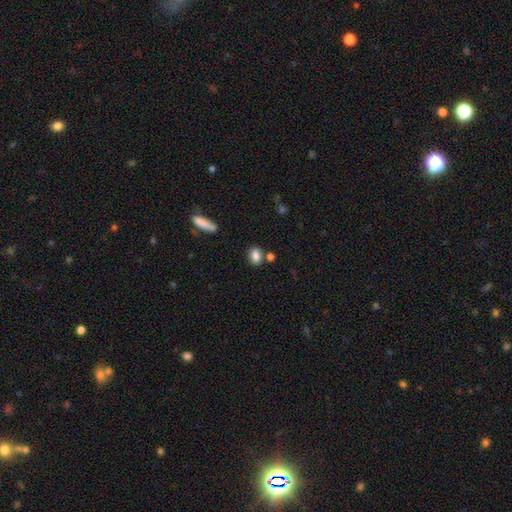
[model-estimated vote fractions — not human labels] Smooth or featured?
  - smooth: 85% *
  - star or artifact: 9%
  - featured or disk: 6%
How rounded?
  - in between: 71% *
  - round: 26%
  - cigar-shaped: 3%
Merging?
  - none: 71% *
  - merger: 13%
  - minor disturbance: 12%
  - major disturbance: 3%